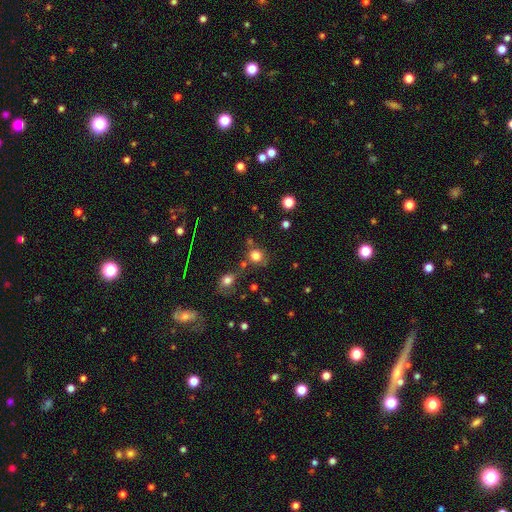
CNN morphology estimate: The model was most divided on "merging": none: 68%, merger: 15%, minor disturbance: 12%, major disturbance: 5%. More confident: how rounded — round (86%); smooth or featured — smooth (79%).